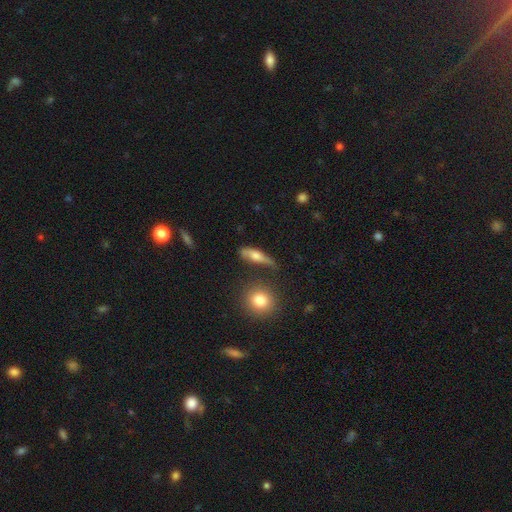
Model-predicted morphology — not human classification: This appears to be a smooth galaxy with no disk features (57%) that is cigar-shaped (55%). Merging: none (56%).